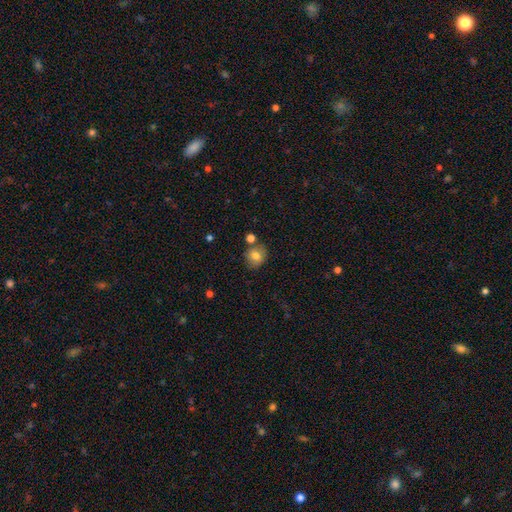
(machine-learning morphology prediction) The model was most divided on "how rounded": round: 77%, in between: 22%, cigar-shaped: 1%. More confident: smooth or featured — smooth (78%); merging — none (74%).